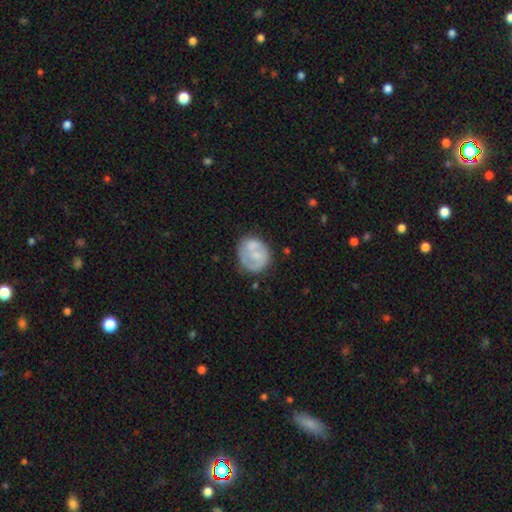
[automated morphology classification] Overall: smooth (50%; featured or disk 44%). Merging: none (52%; minor disturbance 24%).